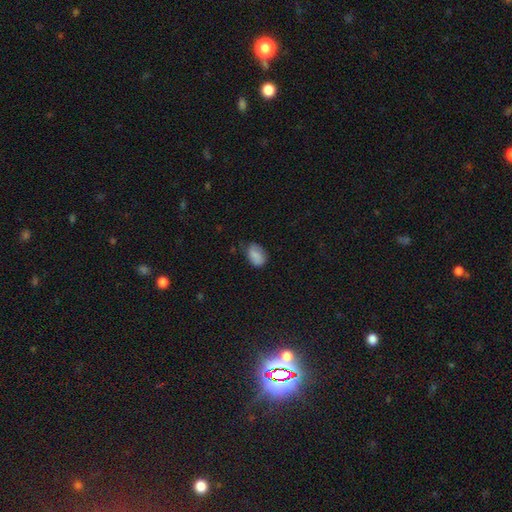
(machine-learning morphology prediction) A smooth galaxy with no disk features (79%) that is in between round and cigar-shaped (84%).

Vote fractions:
- Smooth or featured? smooth: 79% / featured or disk: 12% / star or artifact: 8%
- How rounded? in between: 84% / round: 15% / cigar-shaped: 1%
- Merging? none: 66% / minor disturbance: 27% / major disturbance: 5% / merger: 2%